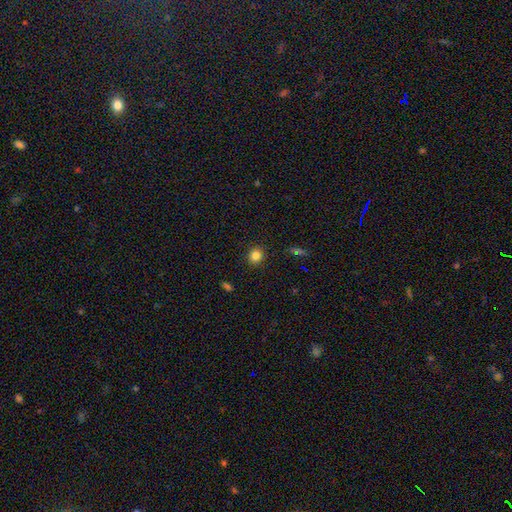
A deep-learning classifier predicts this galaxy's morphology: This is clearly a smooth galaxy (82%). How rounded: clearly round (87%). Merging: clearly none (91%).